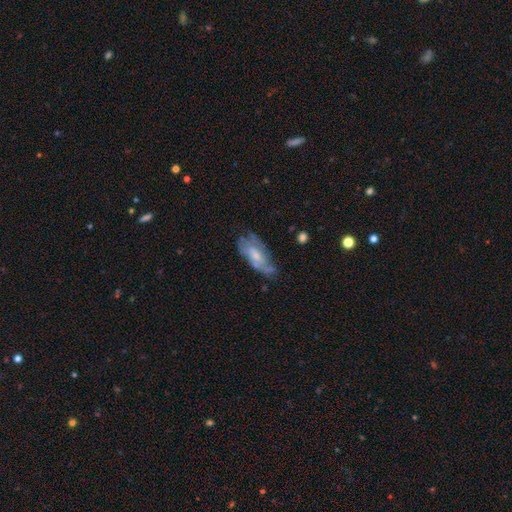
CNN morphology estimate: Q: Smooth or featured?
A: featured or disk (56%); runner-up: smooth (36%)
Q: Edge-on disk?
A: no (89%); runner-up: yes (11%)
Q: Bar?
A: no (59%); runner-up: weak (34%)
Q: Spiral arms?
A: yes (68%); runner-up: no (32%)
Q: Bulge size?
A: small (41%); runner-up: moderate (40%)
Q: Merging?
A: none (50%); runner-up: minor disturbance (30%)